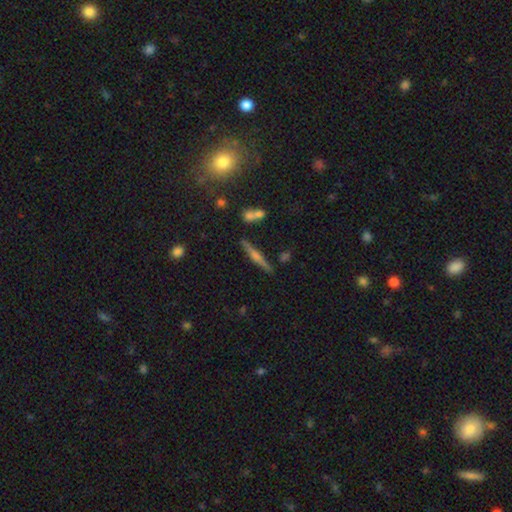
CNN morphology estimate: The model was most divided on "smooth or featured": featured or disk: 63%, smooth: 28%, star or artifact: 9%. More confident: edge-on disk — yes (96%); merging — none (84%); edge-on bulge — rounded (79%).